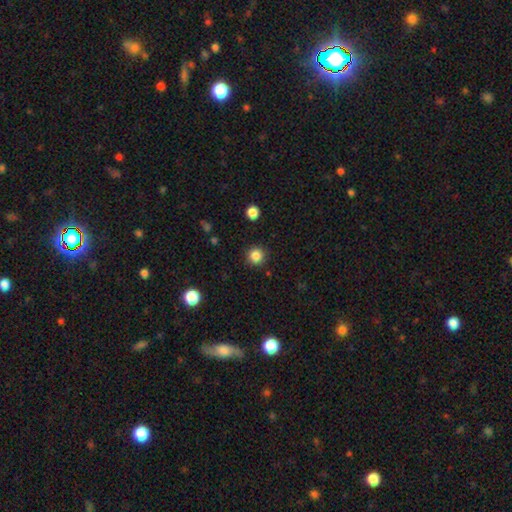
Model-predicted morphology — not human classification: A smooth galaxy with no disk features (84%) that is round (94%). Merging: none (91%).